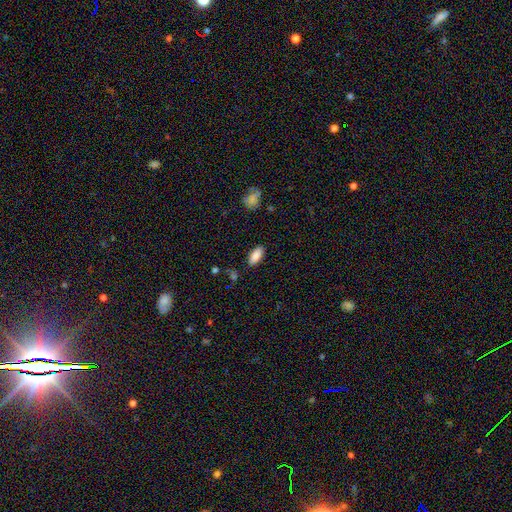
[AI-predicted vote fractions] smooth-or-featured: smooth: 87% | star or artifact: 7% | featured or disk: 6%
  how-rounded: in between: 85% | cigar-shaped: 13% | round: 2%
  merging: none: 86% | minor disturbance: 10% | major disturbance: 2% | merger: 2%